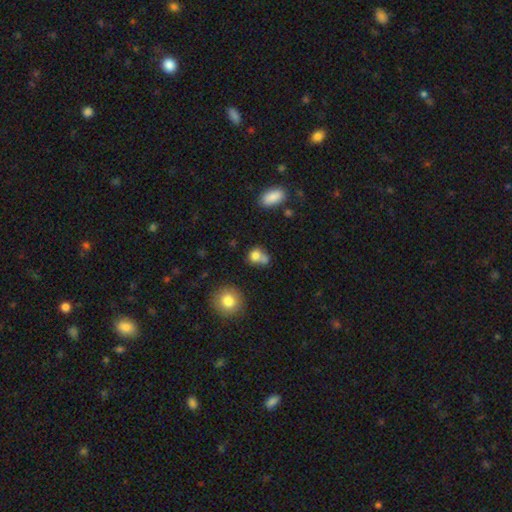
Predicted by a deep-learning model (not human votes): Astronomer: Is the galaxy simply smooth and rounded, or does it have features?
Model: smooth — 76%.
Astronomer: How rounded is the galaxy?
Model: round — 71%.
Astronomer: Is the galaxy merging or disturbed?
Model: merger — 47% (runner-up: none, 37%).